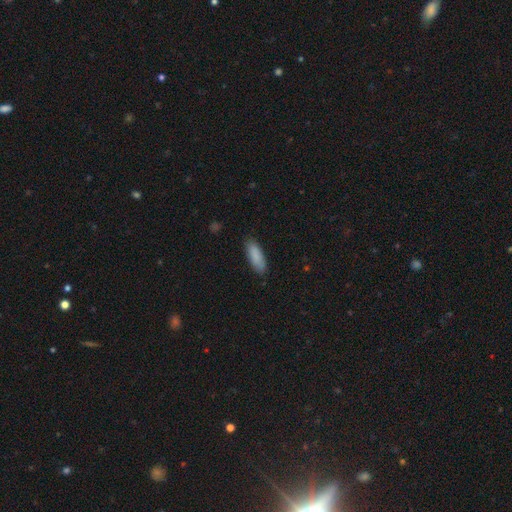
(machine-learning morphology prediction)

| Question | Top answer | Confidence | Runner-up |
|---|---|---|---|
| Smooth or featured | smooth | 88% | featured or disk (6%) |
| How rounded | in between | 62% | cigar-shaped (36%) |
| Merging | none | 85% | minor disturbance (12%) |